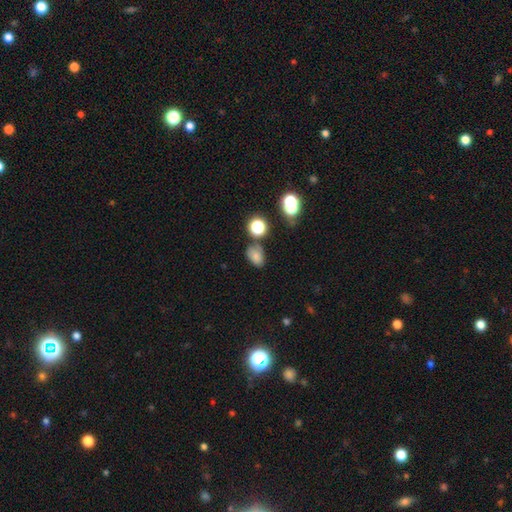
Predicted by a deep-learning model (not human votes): The model was most divided on "merging": none: 64%, minor disturbance: 20%, merger: 9%, major disturbance: 6%. More confident: how rounded — in between (75%); smooth or featured — smooth (73%).